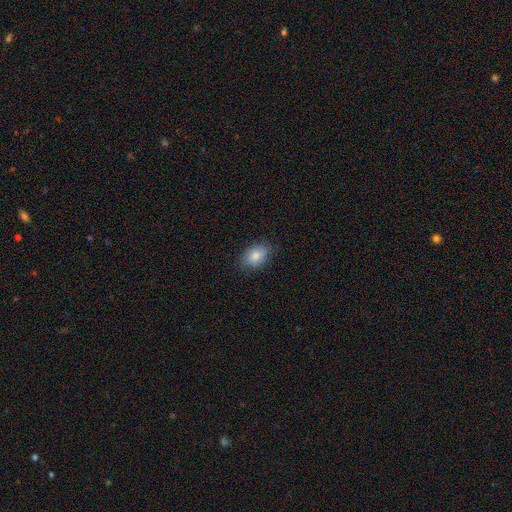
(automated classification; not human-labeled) Smooth or featured? Predicted: smooth (p=0.82). How rounded? Predicted: in between (p=0.83). Merging? Predicted: none (p=0.81).